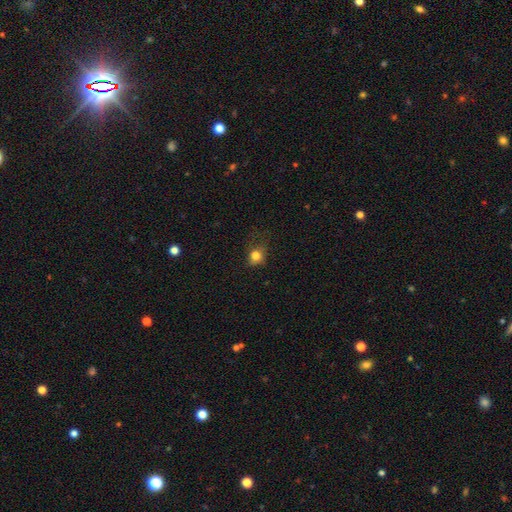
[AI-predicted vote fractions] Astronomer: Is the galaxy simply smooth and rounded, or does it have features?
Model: smooth — 79%.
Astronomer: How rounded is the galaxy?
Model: round — 70%.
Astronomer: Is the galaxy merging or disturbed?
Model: none — 54%.